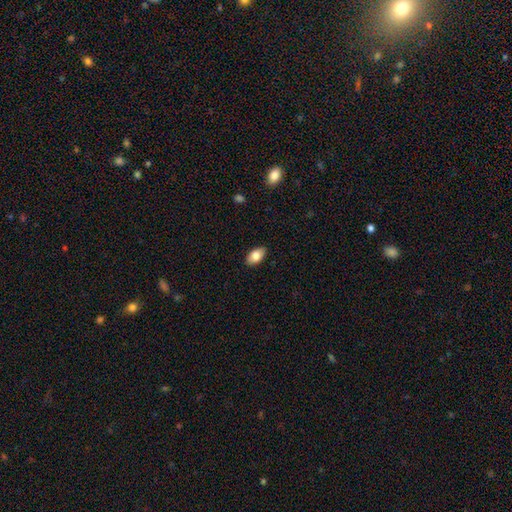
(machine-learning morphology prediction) This is clearly a smooth galaxy (82%). How rounded: clearly in between (92%). Merging: clearly none (88%).